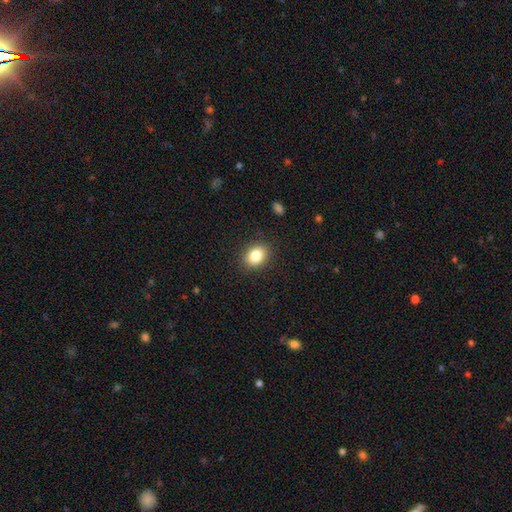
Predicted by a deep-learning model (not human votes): smooth_or_featured: smooth (p=0.84) [alt: star or artifact p=0.09]
how_rounded: in between (p=0.59) [alt: round p=0.40]
merging: none (p=0.88) [alt: minor disturbance p=0.08]